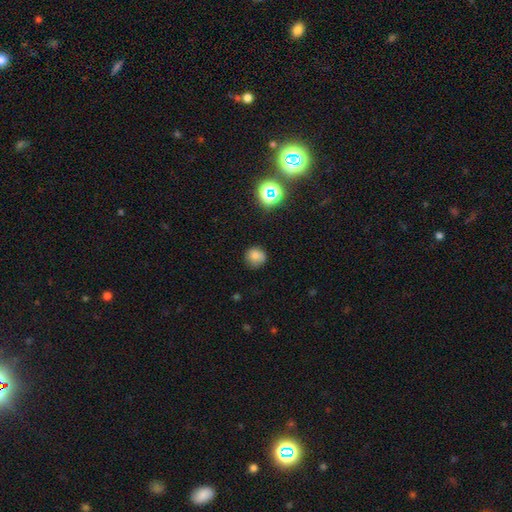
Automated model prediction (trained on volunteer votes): smooth-or-featured: smooth: 77% | star or artifact: 15% | featured or disk: 8%
  how-rounded: round: 87% | in between: 12% | cigar-shaped: 1%
  merging: none: 77% | minor disturbance: 17% | major disturbance: 4% | merger: 2%